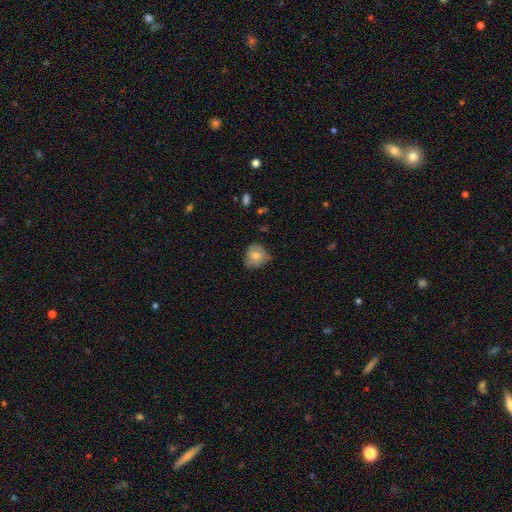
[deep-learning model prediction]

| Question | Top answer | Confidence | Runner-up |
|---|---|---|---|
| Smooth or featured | smooth | 75% | featured or disk (16%) |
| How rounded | round | 78% | in between (21%) |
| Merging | none | 61% | minor disturbance (32%) |